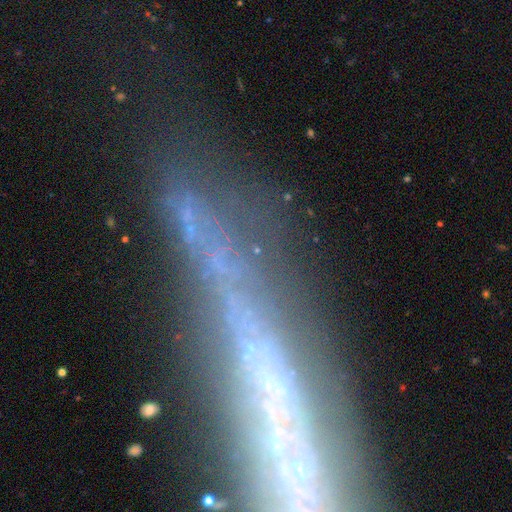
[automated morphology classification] smooth-or-featured: featured or disk: 60% | star or artifact: 21% | smooth: 19%
  disk-edge-on: yes: 70% | no: 30%
  merging: none: 67% | minor disturbance: 18% | major disturbance: 10% | merger: 6%